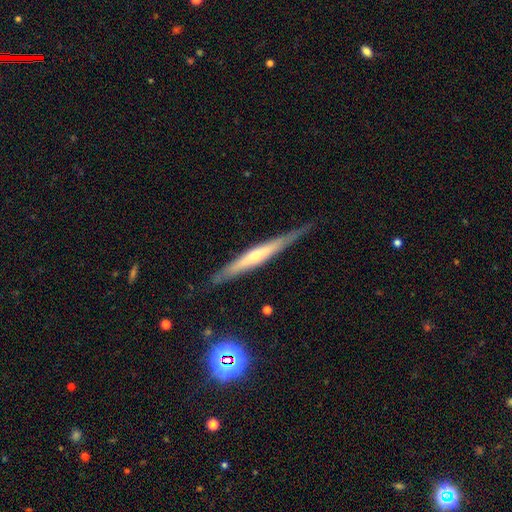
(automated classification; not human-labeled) Smooth or featured? Predicted: featured or disk (p=0.65). Edge-on disk? Predicted: yes (p=0.95). Edge-on bulge? Predicted: rounded (p=0.59). Merging? Predicted: none (p=0.83).